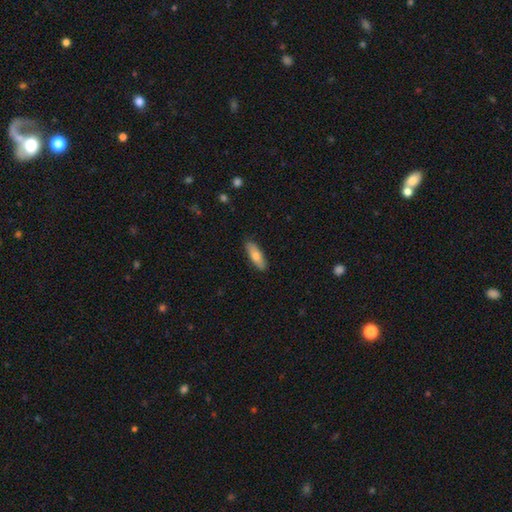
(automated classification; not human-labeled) Smooth or featured? Predicted: smooth (p=0.73). How rounded? Predicted: in between (p=0.55). Merging? Predicted: none (p=0.88).